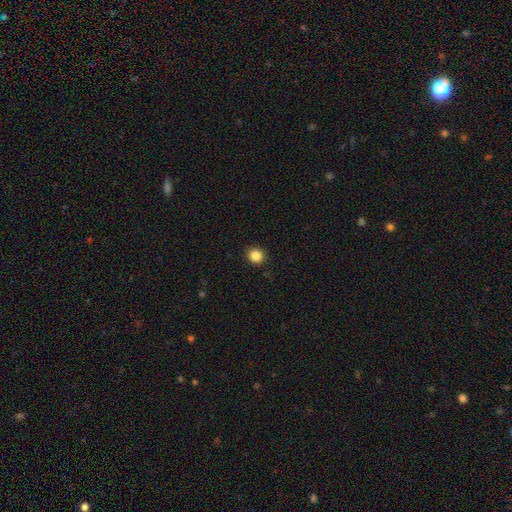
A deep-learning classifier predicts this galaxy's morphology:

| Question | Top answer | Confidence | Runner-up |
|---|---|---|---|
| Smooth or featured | smooth | 86% | star or artifact (11%) |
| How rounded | round | 84% | in between (15%) |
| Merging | none | 92% | minor disturbance (6%) |